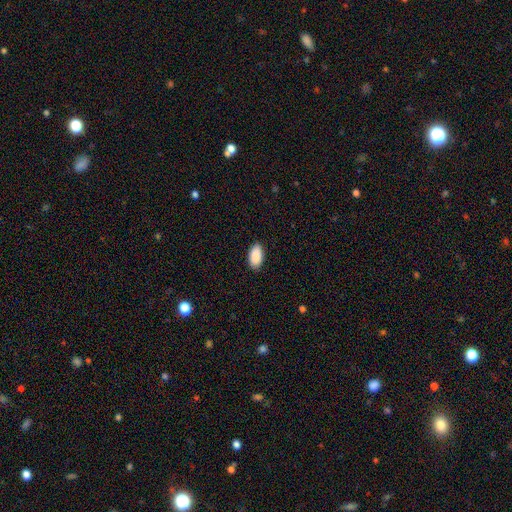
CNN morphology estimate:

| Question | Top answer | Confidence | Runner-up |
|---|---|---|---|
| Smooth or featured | smooth | 91% | star or artifact (6%) |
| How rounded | in between | 95% | round (3%) |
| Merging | none | 88% | minor disturbance (9%) |